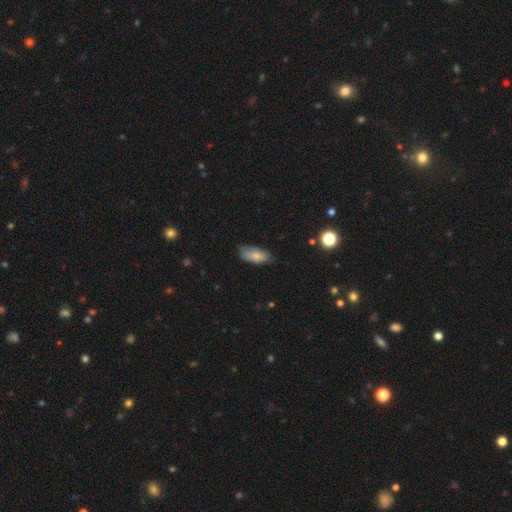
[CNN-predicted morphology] Smooth or featured?
  - smooth: 79% *
  - featured or disk: 14%
  - star or artifact: 7%
How rounded?
  - in between: 84% *
  - cigar-shaped: 14%
  - round: 2%
Merging?
  - none: 67% *
  - minor disturbance: 27%
  - major disturbance: 5%
  - merger: 1%